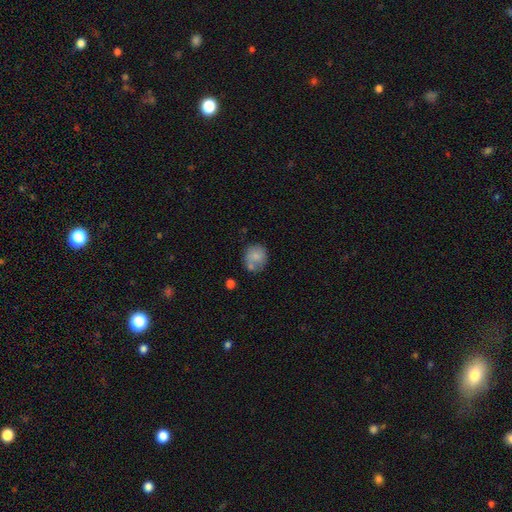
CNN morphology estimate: smooth 77%, featured or disk 14%, star or artifact 8%. Down the decision tree: how rounded — round (79%); merging — none (53%).